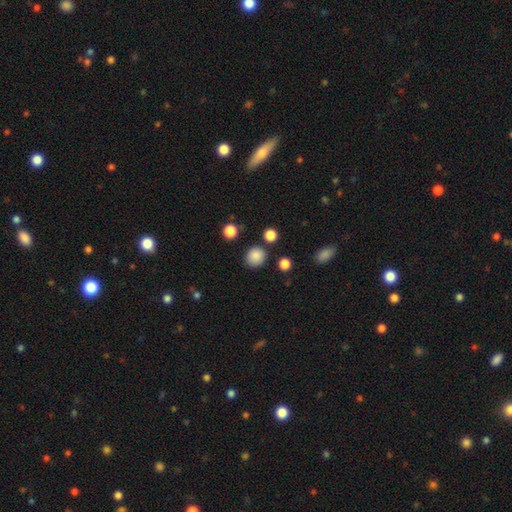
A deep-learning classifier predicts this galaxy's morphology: This is clearly a smooth galaxy (86%). How rounded: clearly round (86%). Merging: clearly none (85%).